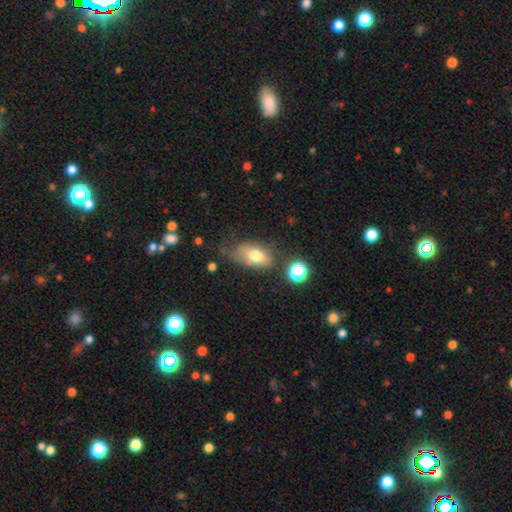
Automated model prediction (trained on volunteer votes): Smooth or featured? smooth (70%)
How rounded? in between (87%)
Merging? none (46%)